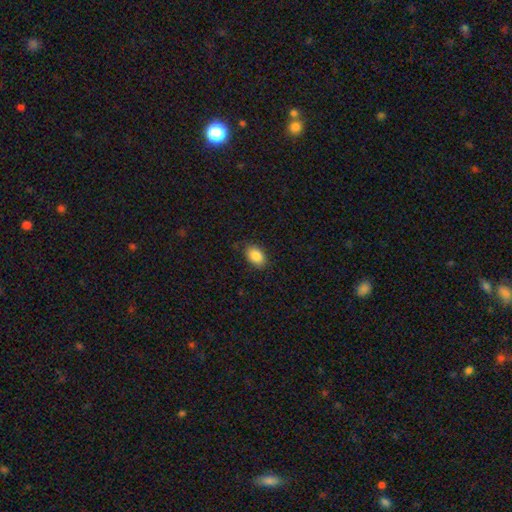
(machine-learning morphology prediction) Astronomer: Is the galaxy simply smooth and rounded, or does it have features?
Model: smooth — 87%.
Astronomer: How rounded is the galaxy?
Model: in between — 87%.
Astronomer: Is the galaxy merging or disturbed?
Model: none — 85%.